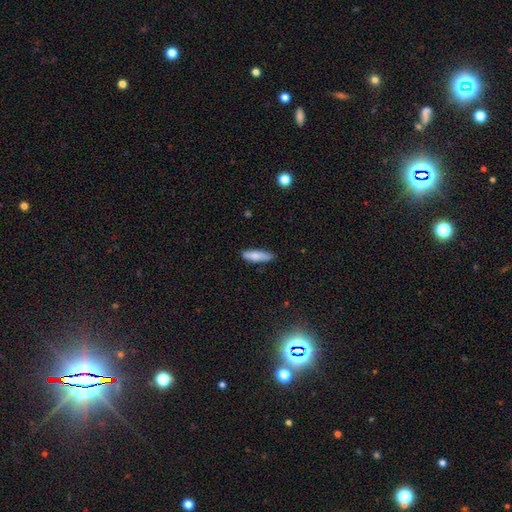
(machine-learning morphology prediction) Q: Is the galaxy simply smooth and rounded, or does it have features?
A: smooth — 81%.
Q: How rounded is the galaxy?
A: cigar-shaped — 60%.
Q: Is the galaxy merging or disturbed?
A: none — 79%.